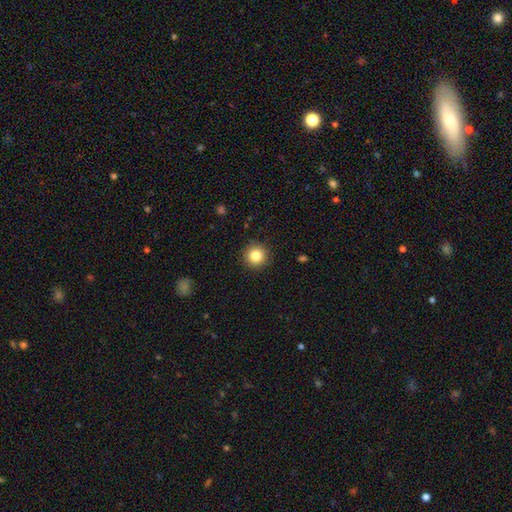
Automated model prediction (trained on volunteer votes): Smooth or featured? Predicted: smooth (p=0.84). How rounded? Predicted: round (p=0.95). Merging? Predicted: none (p=0.91).